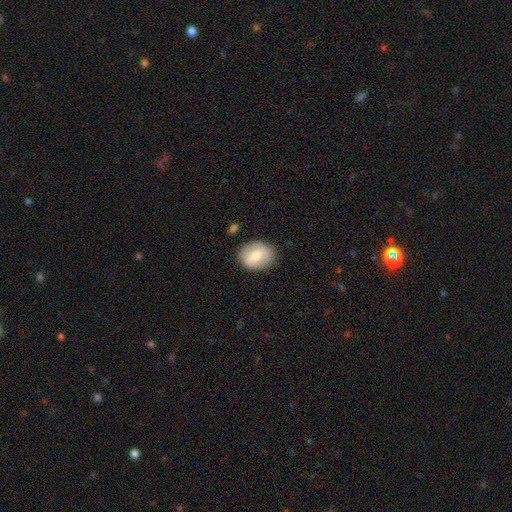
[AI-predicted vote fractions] smooth 72%, featured or disk 21%, star or artifact 7%. Down the decision tree: how rounded — in between (53%); merging — none (83%).